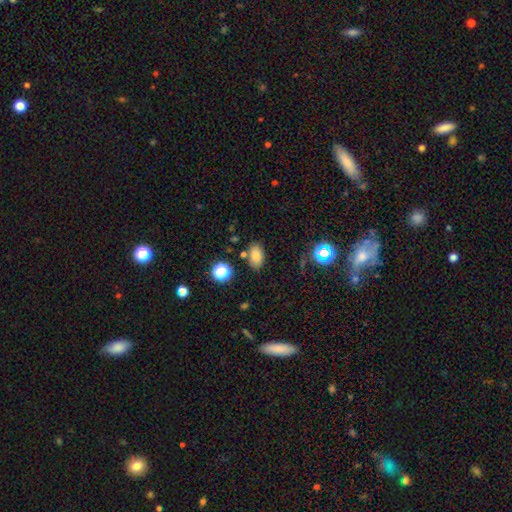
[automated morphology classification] Smooth or featured? smooth (78%)
How rounded? in between (88%)
Merging? none (77%)